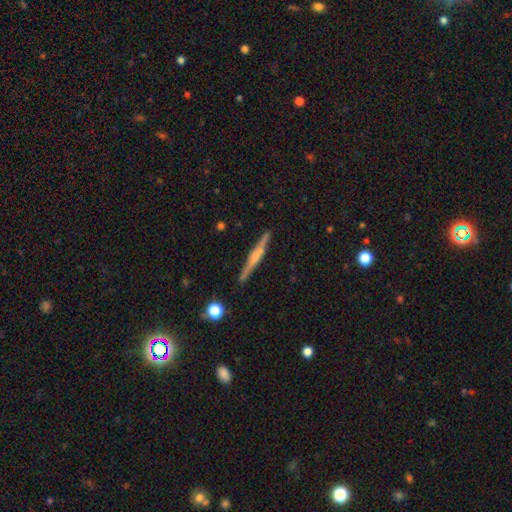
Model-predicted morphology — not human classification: This appears to be a featured or disk galaxy (66%) viewed edge-on (98%) with a rounded central bulge (54%). Merging: none (90%).